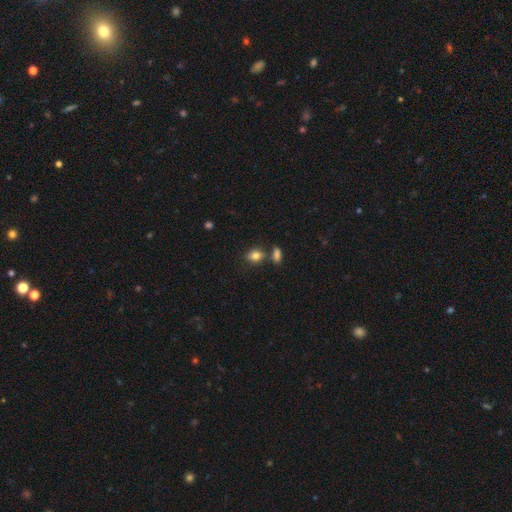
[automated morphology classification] A smooth galaxy with no disk features (81%) that is in between round and cigar-shaped (68%).

Vote fractions:
- Smooth or featured? smooth: 81% / star or artifact: 10% / featured or disk: 8%
- How rounded? in between: 68% / round: 29% / cigar-shaped: 3%
- Merging? none: 67% / merger: 16% / minor disturbance: 13% / major disturbance: 4%